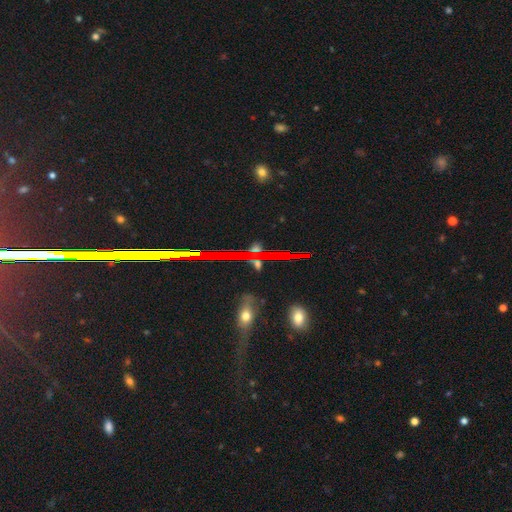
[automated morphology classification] smooth-or-featured: star or artifact: 64% | smooth: 18% | featured or disk: 17%